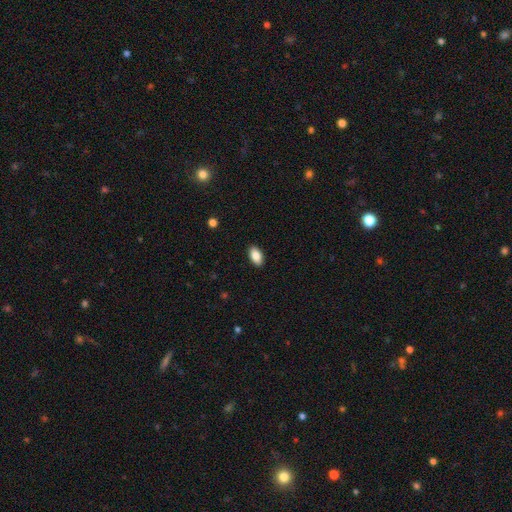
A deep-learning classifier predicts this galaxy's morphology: smooth-or-featured: smooth: 87% | star or artifact: 7% | featured or disk: 6%
  how-rounded: in between: 93% | round: 4% | cigar-shaped: 3%
  merging: none: 90% | minor disturbance: 7% | major disturbance: 2% | merger: 1%